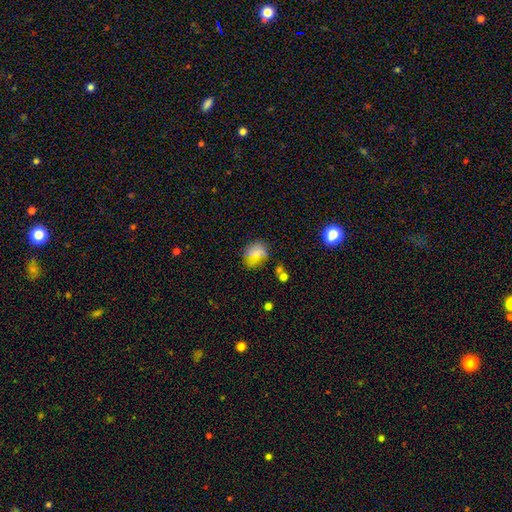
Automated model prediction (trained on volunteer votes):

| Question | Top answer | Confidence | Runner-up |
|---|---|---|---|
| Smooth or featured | smooth | 64% | featured or disk (18%) |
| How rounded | round | 57% | in between (42%) |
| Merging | none | 69% | minor disturbance (20%) |